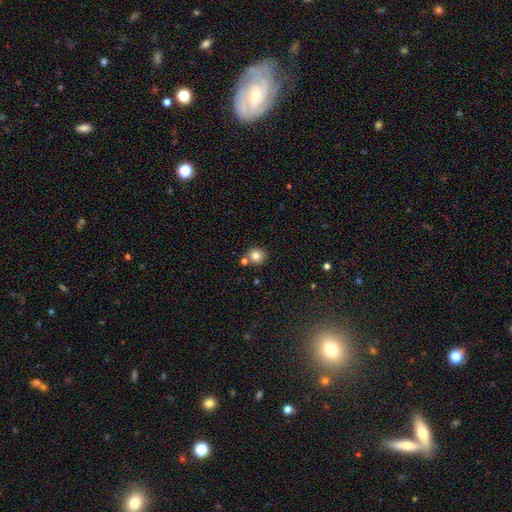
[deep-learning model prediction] Smooth or featured? smooth (82%)
How rounded? round (90%)
Merging? none (73%)